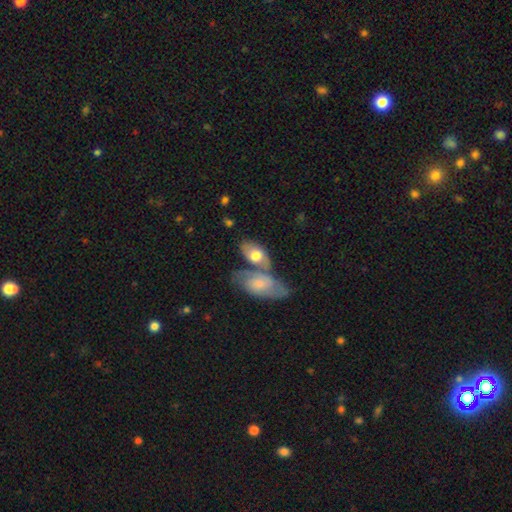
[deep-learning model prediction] Overall: smooth (62%; featured or disk 33%). How rounded: in between (89%). Merging: merger (51%; none 29%).